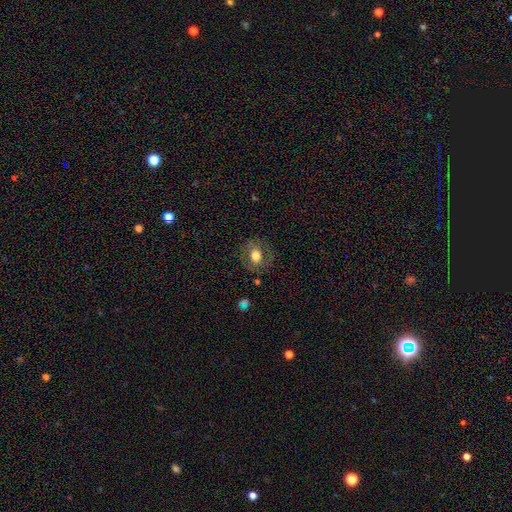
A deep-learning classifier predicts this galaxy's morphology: smooth-or-featured: smooth: 60% | featured or disk: 31% | star or artifact: 9%
  how-rounded: round: 64% | in between: 34% | cigar-shaped: 1%
  merging: none: 80% | minor disturbance: 13% | major disturbance: 6% | merger: 1%